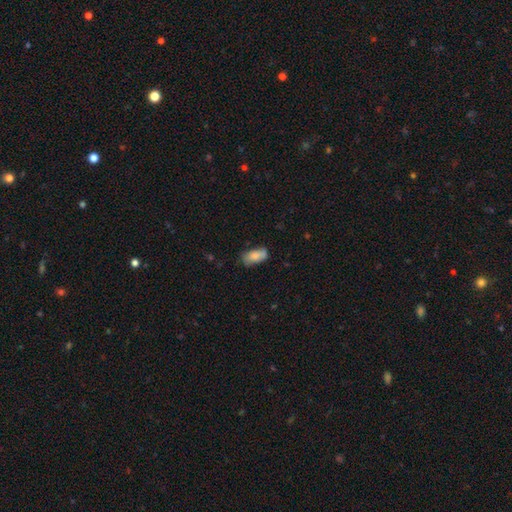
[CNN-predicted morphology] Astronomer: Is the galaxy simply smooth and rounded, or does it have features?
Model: smooth — 80%.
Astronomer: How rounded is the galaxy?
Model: in between — 91%.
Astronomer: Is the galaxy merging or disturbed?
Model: none — 61%.